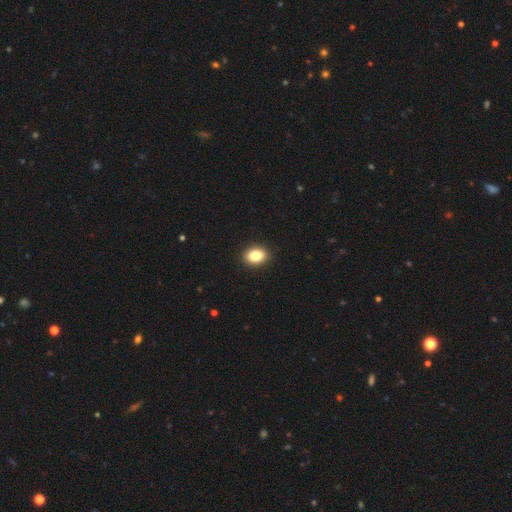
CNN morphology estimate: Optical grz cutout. It shows a smooth galaxy with no disk features (87%) that is in between round and cigar-shaped (77%). Merging: none (91%).